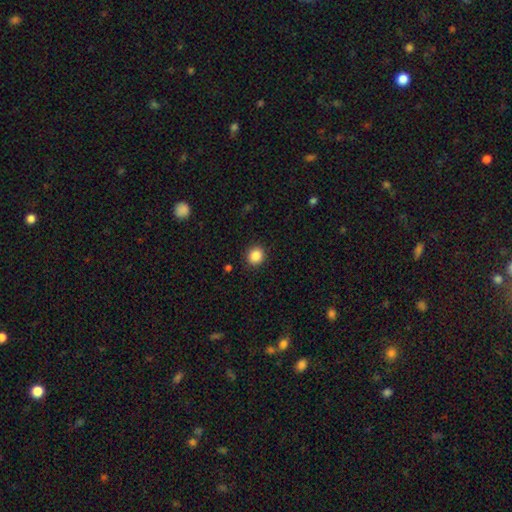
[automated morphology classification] A smooth galaxy with no disk features (87%) that is round (85%).

Vote fractions:
- Smooth or featured? smooth: 87% / star or artifact: 10% / featured or disk: 3%
- How rounded? round: 85% / in between: 14% / cigar-shaped: 1%
- Merging? none: 90% / minor disturbance: 6% / major disturbance: 2% / merger: 1%